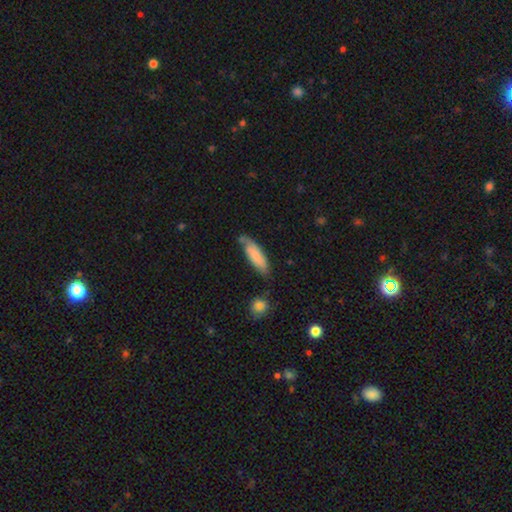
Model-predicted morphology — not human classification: Smooth or featured?
  - smooth: 76% *
  - featured or disk: 18%
  - star or artifact: 6%
How rounded?
  - in between: 50% *
  - cigar-shaped: 48%
  - round: 2%
Merging?
  - none: 62% *
  - minor disturbance: 25%
  - merger: 7%
  - major disturbance: 6%